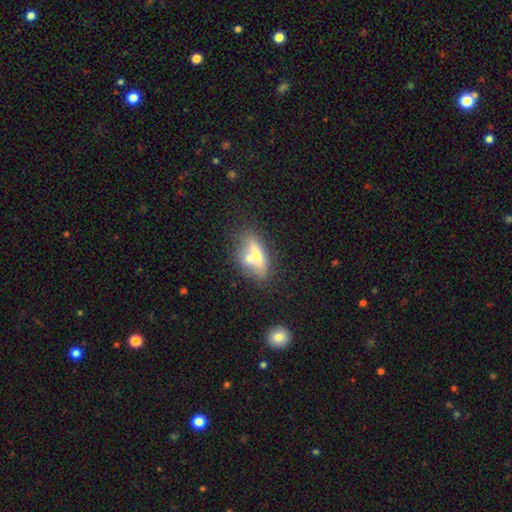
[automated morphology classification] smooth-or-featured: smooth: 49% | featured or disk: 42% | star or artifact: 8%
  merging: none: 44% | merger: 38% | minor disturbance: 13% | major disturbance: 6%